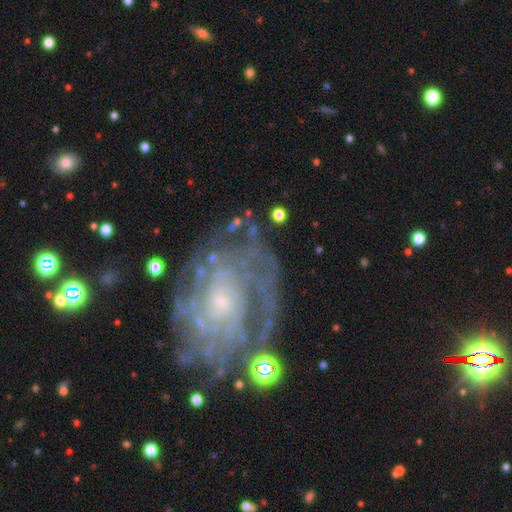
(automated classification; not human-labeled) Smooth or featured? Predicted: featured or disk (p=0.86). Edge-on disk? Predicted: no (p=0.97). Bar? Predicted: no (p=0.75). Spiral arms? Predicted: yes (p=0.95). Spiral winding? Predicted: tight (p=0.67). Spiral arm count? Predicted: can't tell (p=0.35). Bulge size? Predicted: small (p=0.74). Merging? Predicted: none (p=0.70).